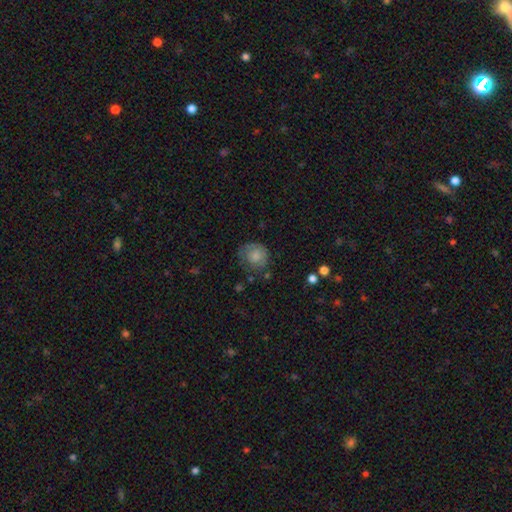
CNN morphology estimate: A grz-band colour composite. It shows a smooth galaxy with no disk features (74%) that is round (78%). Merging: none (57%).